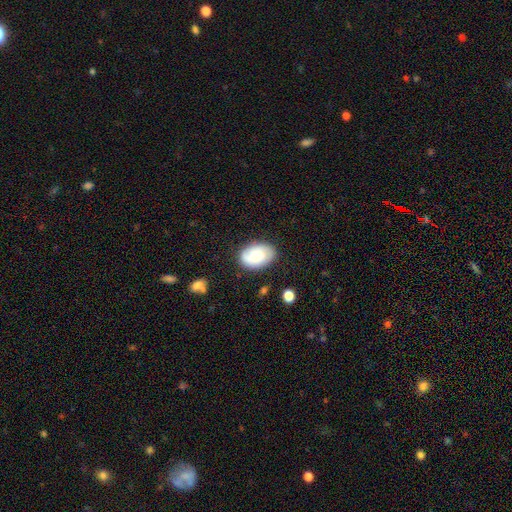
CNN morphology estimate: Smooth or featured: smooth — 69% (featured or disk — 23%)
How rounded: in between — 85% (round — 14%)
Merging: none — 77% (minor disturbance — 16%)